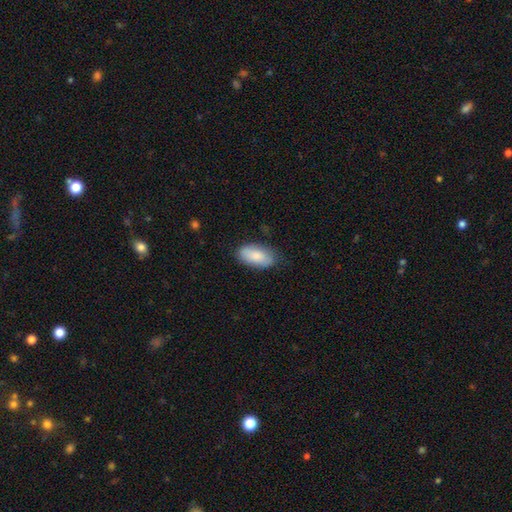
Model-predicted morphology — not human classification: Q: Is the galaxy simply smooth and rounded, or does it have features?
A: smooth — 84%.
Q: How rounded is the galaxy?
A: in between — 93%.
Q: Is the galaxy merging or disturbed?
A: none — 80%.